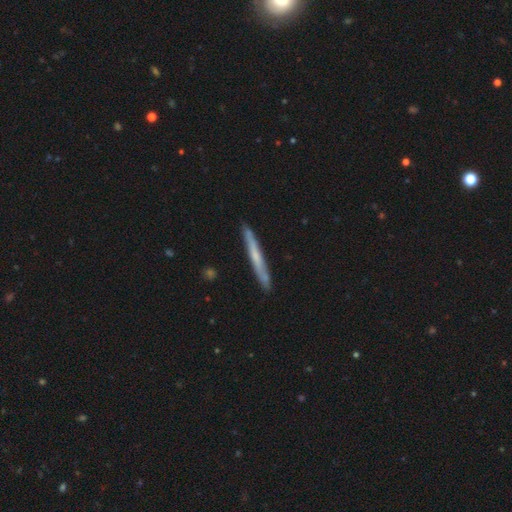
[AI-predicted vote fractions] Smooth or featured: featured or disk — 48% (smooth — 46%)
Merging: none — 89% (minor disturbance — 8%)